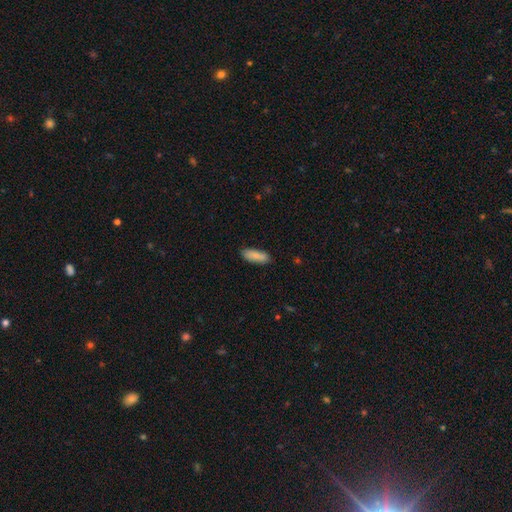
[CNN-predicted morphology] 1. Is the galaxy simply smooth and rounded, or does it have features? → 84% smooth, 10% featured or disk, 6% star or artifact.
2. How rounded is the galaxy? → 68% in between, 31% cigar-shaped, 2% round.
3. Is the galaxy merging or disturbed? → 84% none, 13% minor disturbance, 2% major disturbance, 1% merger.